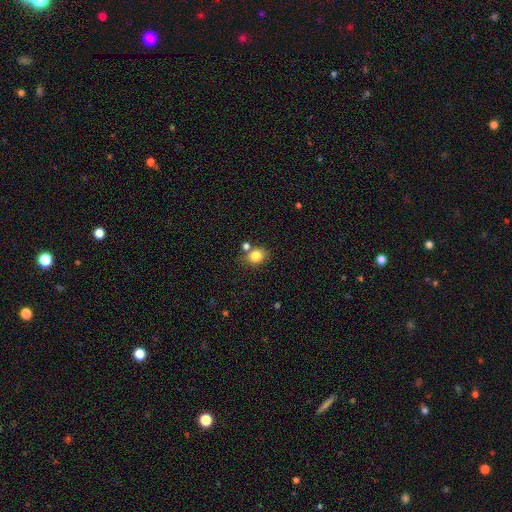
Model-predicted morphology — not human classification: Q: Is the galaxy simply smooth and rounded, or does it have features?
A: smooth — 82%.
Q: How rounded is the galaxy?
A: round — 56%.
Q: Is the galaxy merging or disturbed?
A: none — 67%.